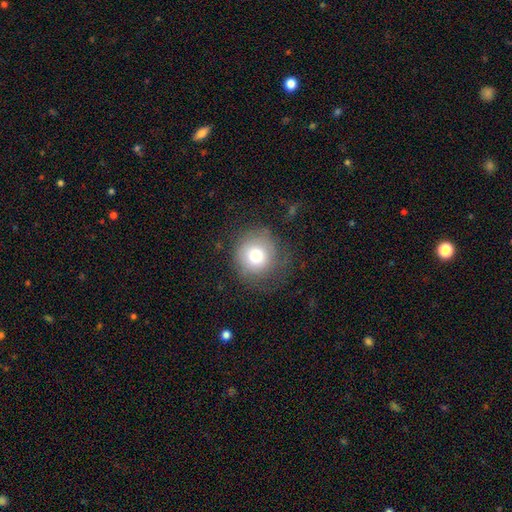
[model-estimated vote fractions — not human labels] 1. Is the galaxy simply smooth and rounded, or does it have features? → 75% smooth, 14% featured or disk, 11% star or artifact.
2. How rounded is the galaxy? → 92% round, 7% in between, 1% cigar-shaped.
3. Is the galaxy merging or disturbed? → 73% none, 17% minor disturbance, 9% major disturbance, 1% merger.